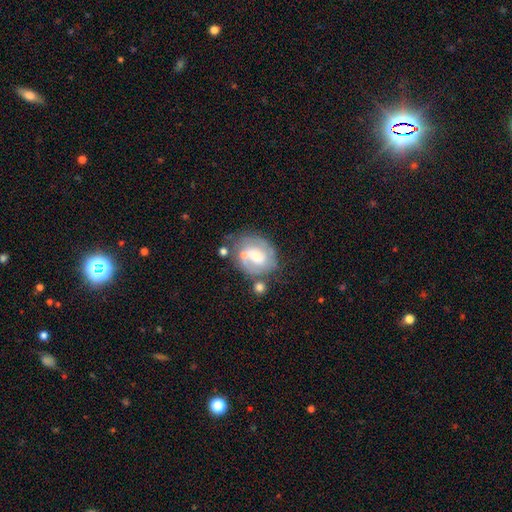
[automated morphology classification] This is likely a featured or disk galaxy (73%). It is clearly not viewed edge-on (97%). Bar: possibly no (53%). Spiral arm pattern: clearly yes (84%). Spiral arm count: likely 2 (62%). Spiral winding: possibly tight (49%). Central bulge: possibly small (46%). Merging: possibly none (55%).